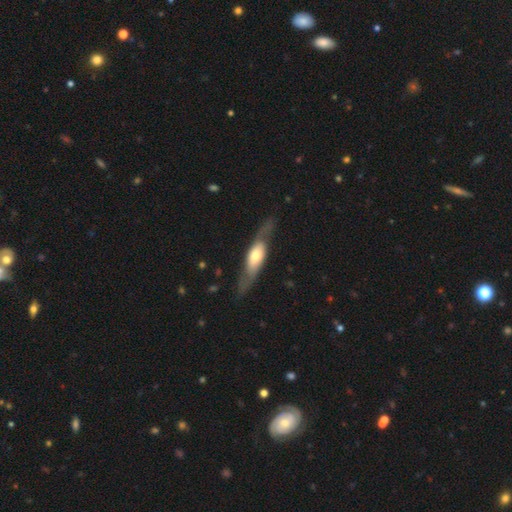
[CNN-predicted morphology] smooth_or_featured: featured or disk (p=0.60) [alt: smooth p=0.35]
disk_edge_on: yes (p=0.53) [alt: no p=0.47]
merging: none (p=0.70) [alt: minor disturbance p=0.18]